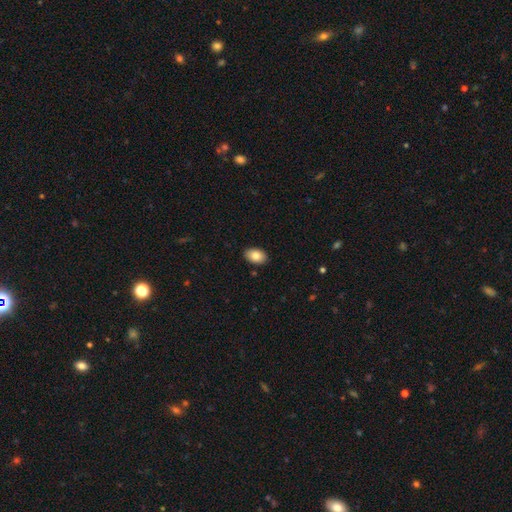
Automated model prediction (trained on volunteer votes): Smooth or featured?
  - smooth: 84% *
  - featured or disk: 9%
  - star or artifact: 7%
How rounded?
  - in between: 88% *
  - round: 11%
  - cigar-shaped: 1%
Merging?
  - none: 89% *
  - minor disturbance: 8%
  - major disturbance: 2%
  - merger: 1%